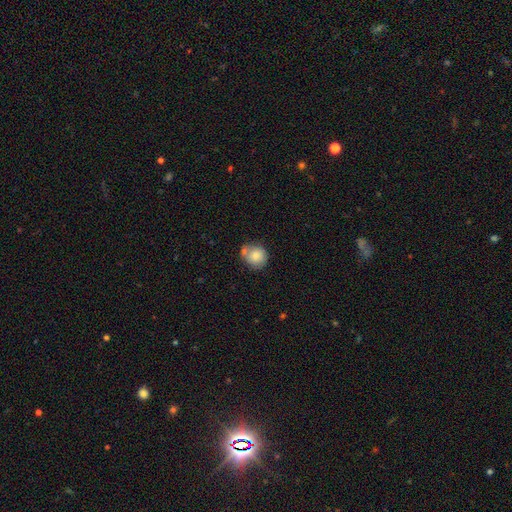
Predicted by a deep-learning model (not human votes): A smooth galaxy with no disk features (77%) that is round (83%).

Vote fractions:
- Smooth or featured? smooth: 77% / featured or disk: 15% / star or artifact: 8%
- How rounded? round: 83% / in between: 16% / cigar-shaped: 1%
- Merging? none: 54% / minor disturbance: 20% / merger: 20% / major disturbance: 6%